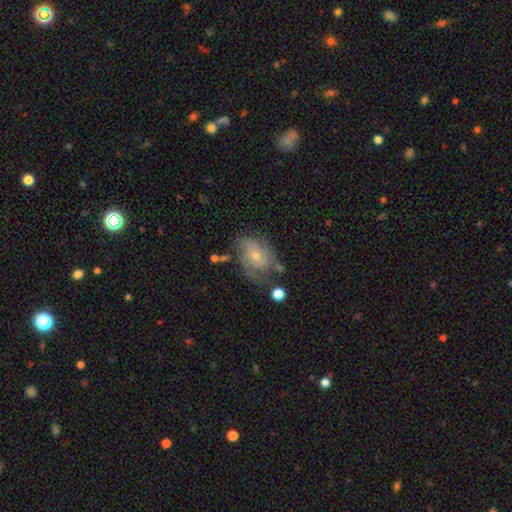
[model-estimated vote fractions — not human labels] A featured or disk galaxy (78%) with no bar (76%), 3 (33%) tight (47%) spiral arms (93%) and a small central bulge (59%). Merging: none (61%).